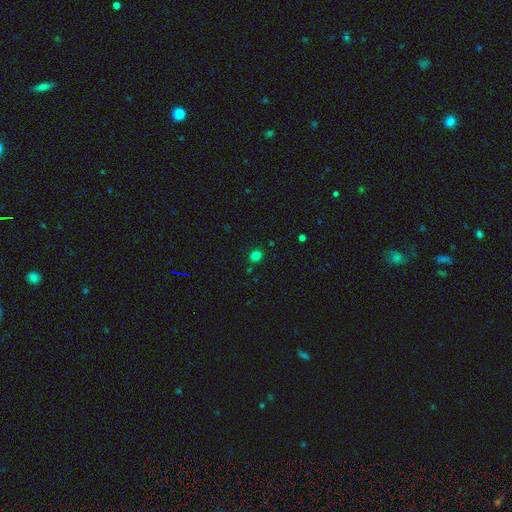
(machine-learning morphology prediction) Smooth or featured?
  - smooth: 78% *
  - star or artifact: 18%
  - featured or disk: 4%
How rounded?
  - round: 70% *
  - in between: 29%
  - cigar-shaped: 1%
Merging?
  - none: 84% *
  - minor disturbance: 10%
  - merger: 4%
  - major disturbance: 3%